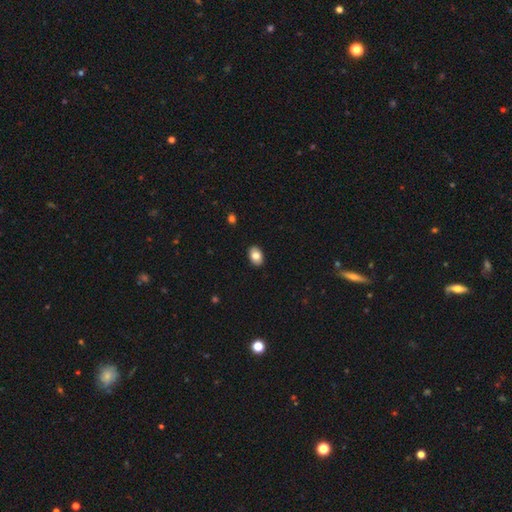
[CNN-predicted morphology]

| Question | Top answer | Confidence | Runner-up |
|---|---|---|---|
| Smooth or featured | smooth | 82% | featured or disk (11%) |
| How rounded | in between | 85% | round (14%) |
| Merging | none | 90% | minor disturbance (7%) |